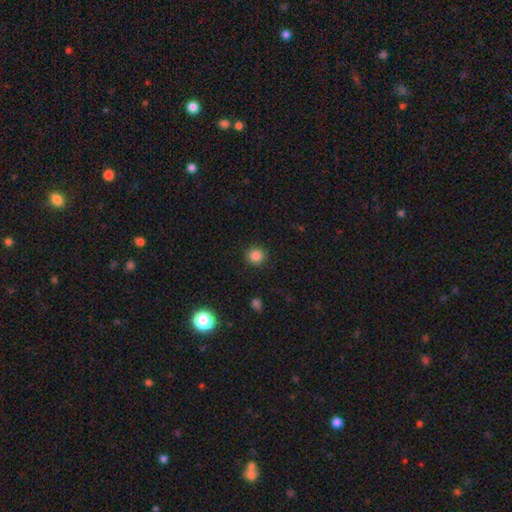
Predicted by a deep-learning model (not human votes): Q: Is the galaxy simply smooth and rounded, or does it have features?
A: smooth — 85%.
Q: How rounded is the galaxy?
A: round — 92%.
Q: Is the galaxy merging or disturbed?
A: none — 90%.